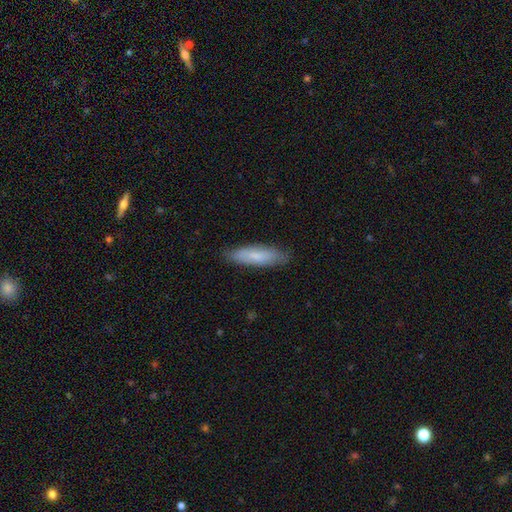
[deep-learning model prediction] A smooth galaxy with no disk features (75%) that is cigar-shaped (66%).

Vote fractions:
- Smooth or featured? smooth: 75% / featured or disk: 19% / star or artifact: 6%
- How rounded? cigar-shaped: 66% / in between: 33% / round: 1%
- Merging? none: 85% / minor disturbance: 12% / major disturbance: 2% / merger: 1%